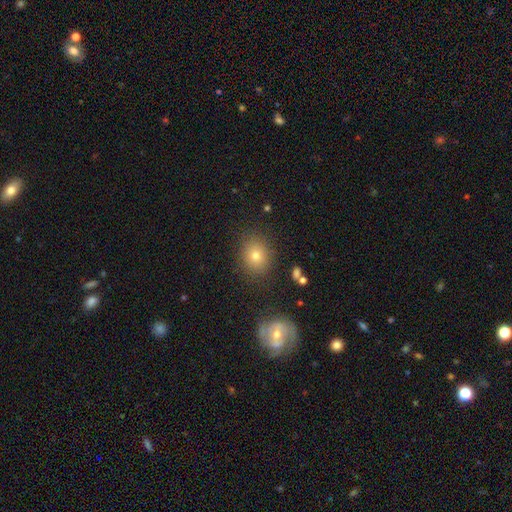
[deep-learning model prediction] A smooth galaxy with no disk features (71%) that is round (65%).

Vote fractions:
- Smooth or featured? smooth: 71% / star or artifact: 15% / featured or disk: 14%
- How rounded? round: 65% / in between: 34% / cigar-shaped: 1%
- Merging? none: 84% / minor disturbance: 10% / major disturbance: 3% / merger: 3%